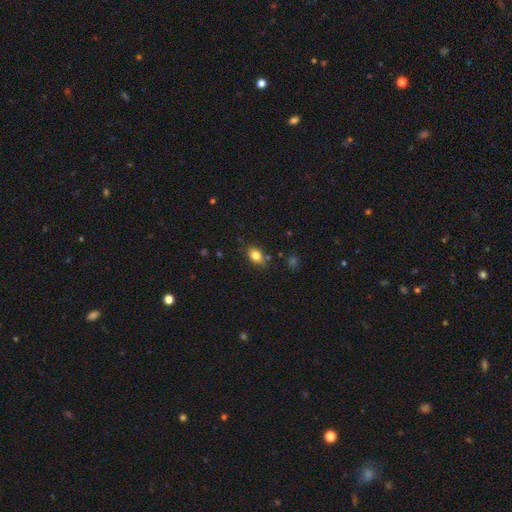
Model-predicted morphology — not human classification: Q: Smooth or featured?
A: smooth (82%); runner-up: star or artifact (10%)
Q: How rounded?
A: in between (77%); runner-up: round (22%)
Q: Merging?
A: none (79%); runner-up: minor disturbance (14%)